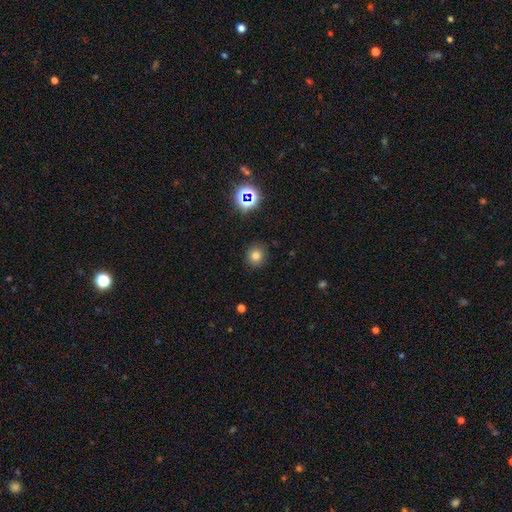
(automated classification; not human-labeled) Q: Smooth or featured?
A: smooth (76%); runner-up: star or artifact (17%)
Q: How rounded?
A: round (86%); runner-up: in between (13%)
Q: Merging?
A: none (89%); runner-up: minor disturbance (7%)